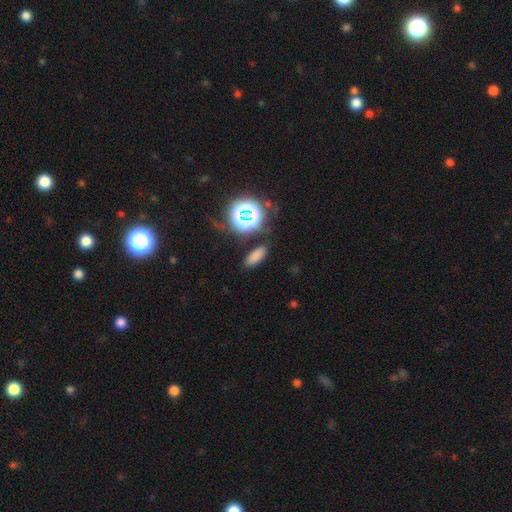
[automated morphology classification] Smooth or featured?
  - smooth: 72% *
  - star or artifact: 22%
  - featured or disk: 6%
How rounded?
  - in between: 76% *
  - cigar-shaped: 16%
  - round: 8%
Merging?
  - none: 84% *
  - minor disturbance: 10%
  - major disturbance: 4%
  - merger: 3%